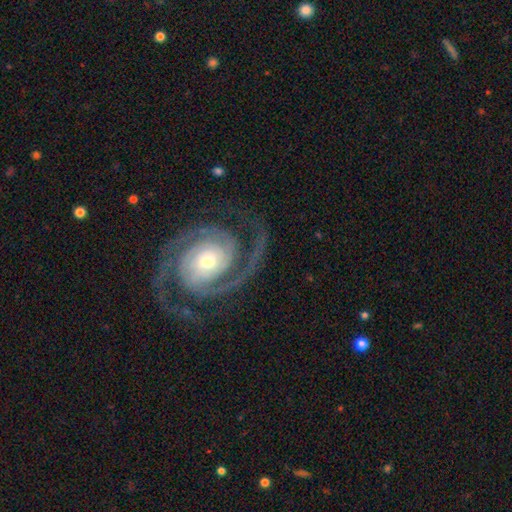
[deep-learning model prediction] Morphology: type=featured or disk (93%); edge-on=no (98%); bar=no (61%); spiral arms=yes (99%); winding=tight (58%); arm count=2 (87%); bulge=moderate (49%); merging=none (82%).